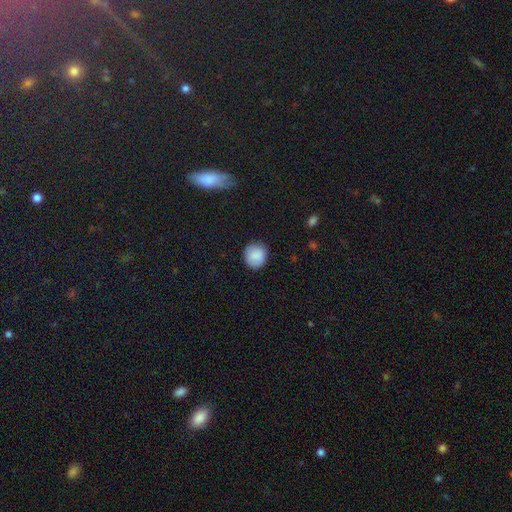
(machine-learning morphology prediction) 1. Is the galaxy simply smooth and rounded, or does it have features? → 87% smooth, 8% star or artifact, 5% featured or disk.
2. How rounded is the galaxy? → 90% round, 9% in between, 1% cigar-shaped.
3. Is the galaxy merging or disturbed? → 87% none, 9% minor disturbance, 3% major disturbance, 1% merger.